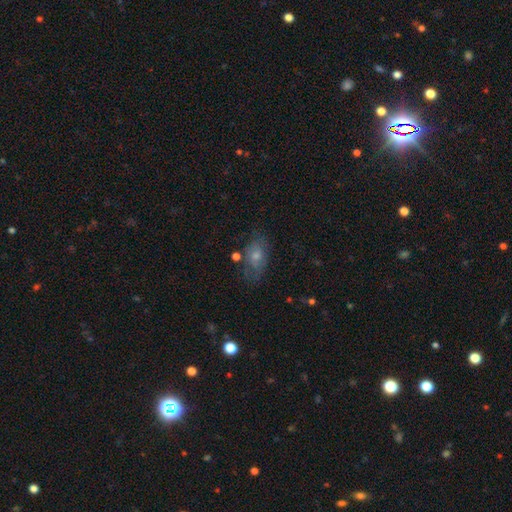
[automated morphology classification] Overall: smooth (43%; featured or disk 39%). Merging: none (68%).